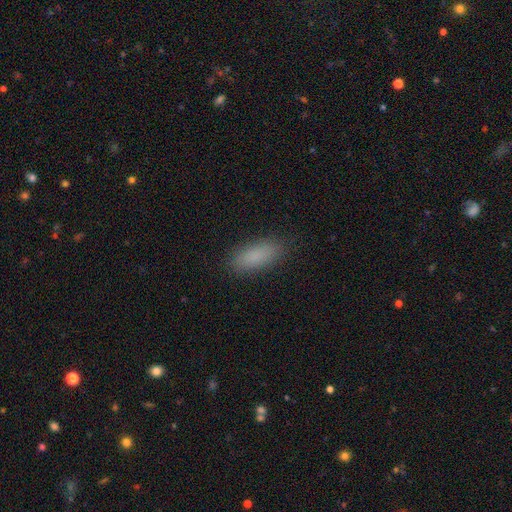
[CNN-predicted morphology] This appears to be a smooth galaxy with no disk features (86%) that is in between round and cigar-shaped (74%). Merging: none (87%).